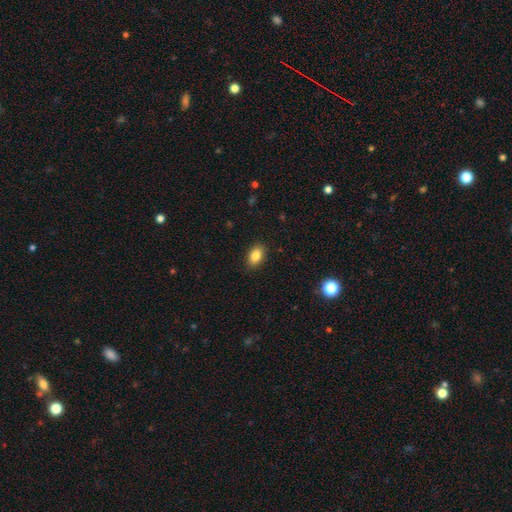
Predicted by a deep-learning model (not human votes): smooth-or-featured: smooth: 85% | star or artifact: 9% | featured or disk: 6%
  how-rounded: in between: 87% | round: 12% | cigar-shaped: 2%
  merging: none: 89% | minor disturbance: 8% | major disturbance: 2% | merger: 1%